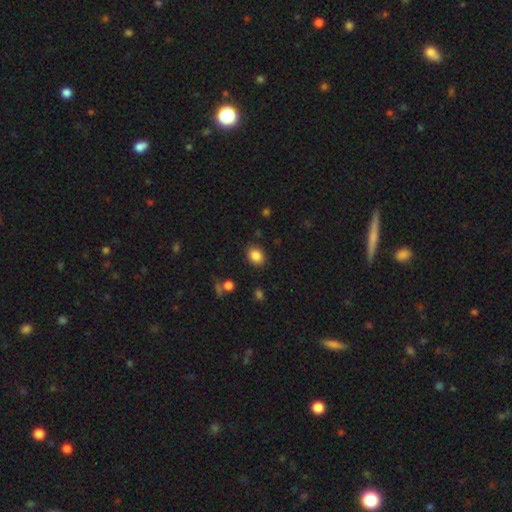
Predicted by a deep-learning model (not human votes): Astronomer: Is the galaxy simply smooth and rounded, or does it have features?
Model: smooth — 85%.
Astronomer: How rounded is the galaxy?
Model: in between — 61% (runner-up: round, 38%).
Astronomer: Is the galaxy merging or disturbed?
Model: none — 85%.